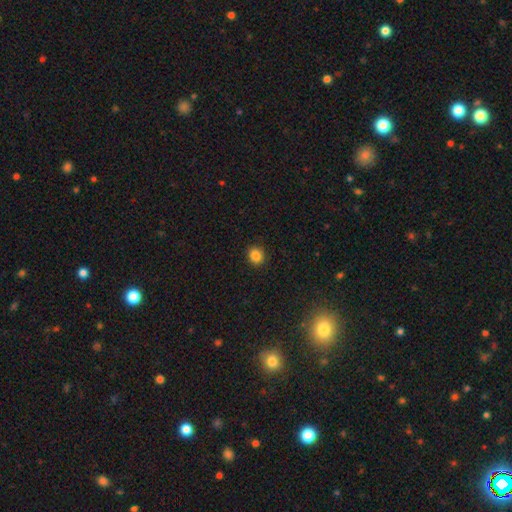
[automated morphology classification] A smooth galaxy with no disk features (85%) that is round (76%). Merging: none (90%).